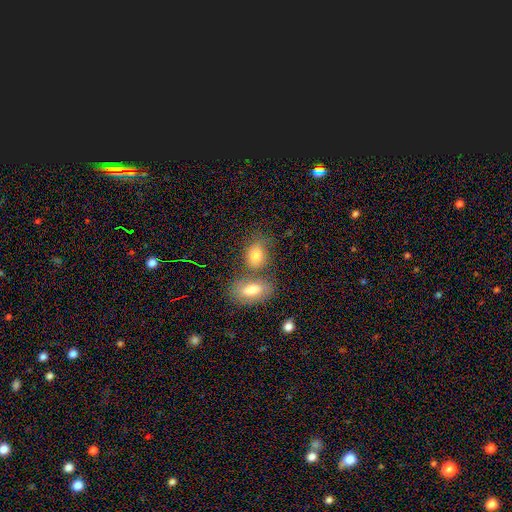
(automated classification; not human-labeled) Overall: smooth (79%). How rounded: in between (75%). Merging: none (47%; merger 36%).